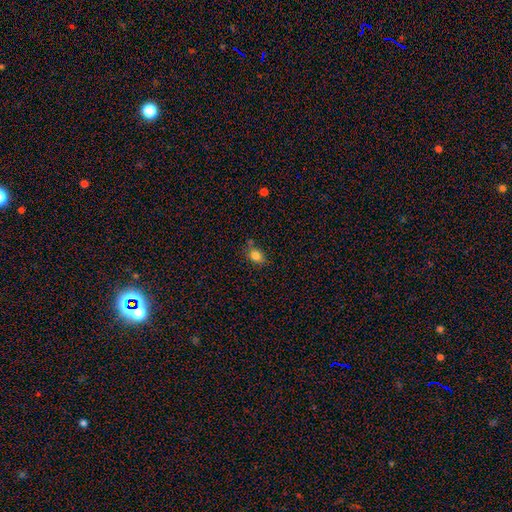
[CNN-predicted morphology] Smooth or featured: smooth — 82% (star or artifact — 11%)
How rounded: in between — 55% (round — 43%)
Merging: none — 66% (minor disturbance — 21%)